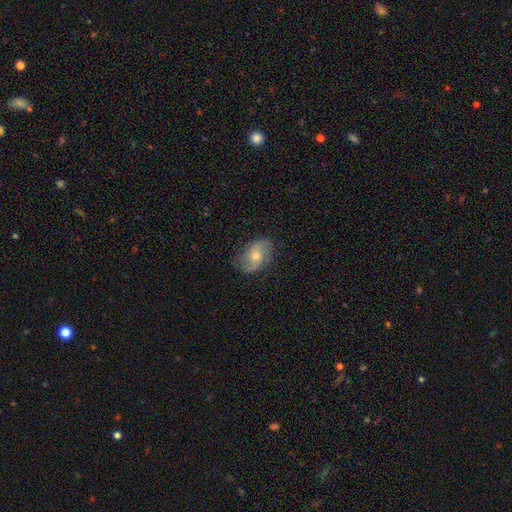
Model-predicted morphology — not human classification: The model was most divided on "spiral winding": loose: 44%, medium: 39%, tight: 17%. More confident: edge-on disk — no (96%); spiral arms — yes (88%); spiral arm count — 2 (82%); merging — none (73%); bar — no (66%); bulge size — moderate (63%); smooth or featured — featured or disk (60%).